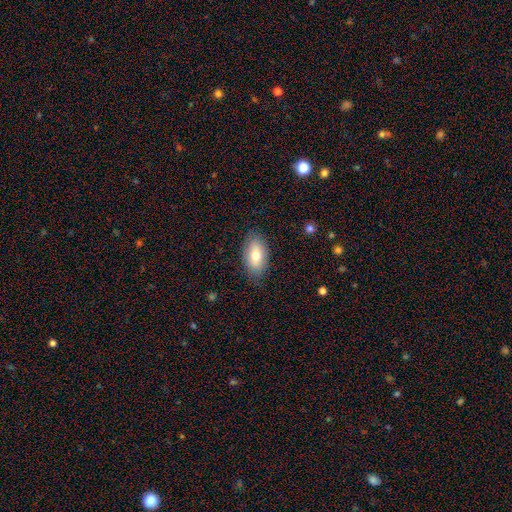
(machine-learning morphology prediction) This appears to be a smooth galaxy with no disk features (74%) that is in between round and cigar-shaped (92%). Merging: none (84%).